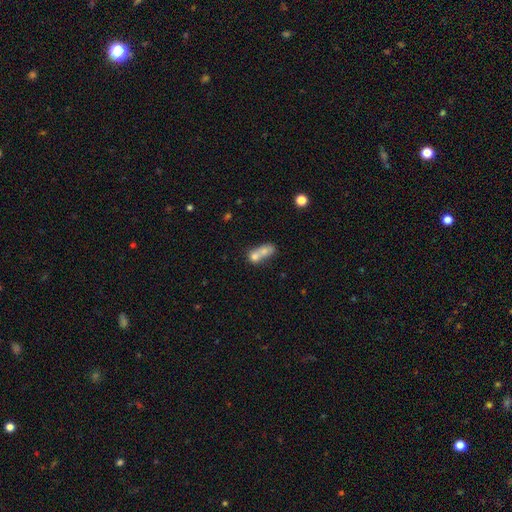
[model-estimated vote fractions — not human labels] smooth 67%, featured or disk 23%, star or artifact 10%. Down the decision tree: how rounded — in between (59%); merging — merger (71%).